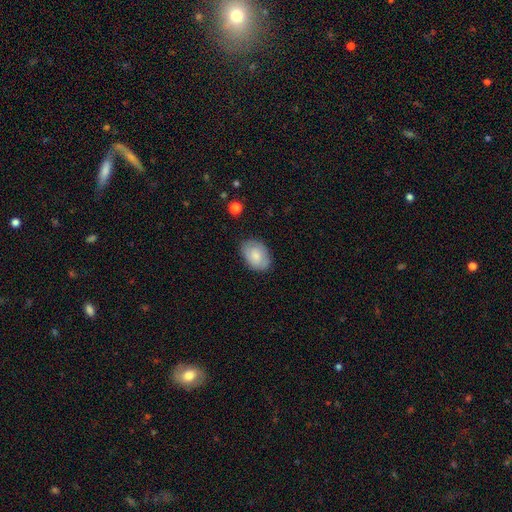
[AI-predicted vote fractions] This is likely a smooth galaxy (67%). How rounded: clearly in between (85%). Merging: likely none (78%).